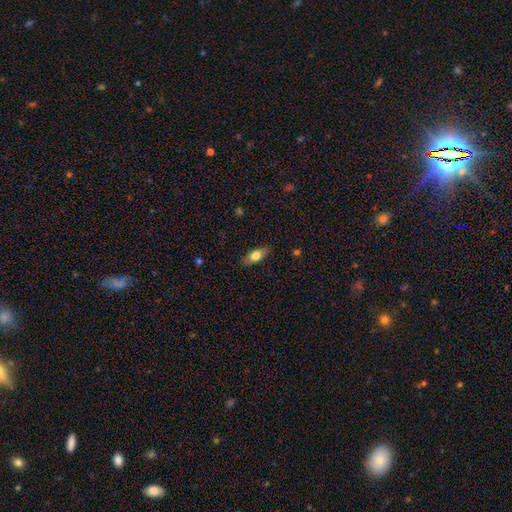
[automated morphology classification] Smooth or featured? smooth (71%)
How rounded? in between (74%)
Merging? none (86%)